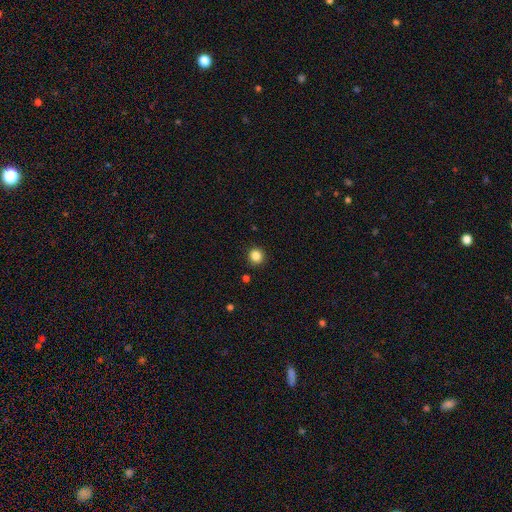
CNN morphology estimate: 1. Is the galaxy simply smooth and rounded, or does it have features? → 85% smooth, 12% star or artifact, 4% featured or disk.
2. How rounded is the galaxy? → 93% round, 6% in between, 1% cigar-shaped.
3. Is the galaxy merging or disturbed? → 91% none, 5% minor disturbance, 2% major disturbance, 1% merger.